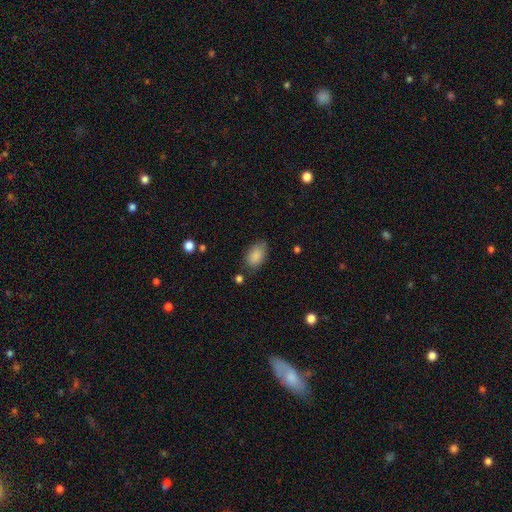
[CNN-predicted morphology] A smooth galaxy with no disk features (87%) that is in between round and cigar-shaped (91%). Merging: none (74%).